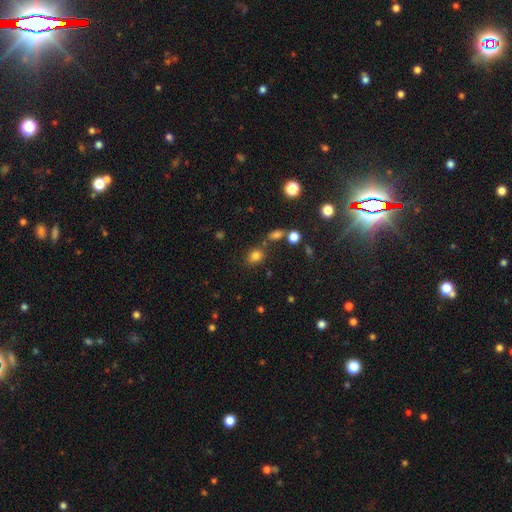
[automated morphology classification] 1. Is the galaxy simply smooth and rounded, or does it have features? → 79% smooth, 14% star or artifact, 7% featured or disk.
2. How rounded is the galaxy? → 61% round, 38% in between, 1% cigar-shaped.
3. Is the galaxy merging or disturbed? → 72% none, 13% minor disturbance, 10% merger, 5% major disturbance.